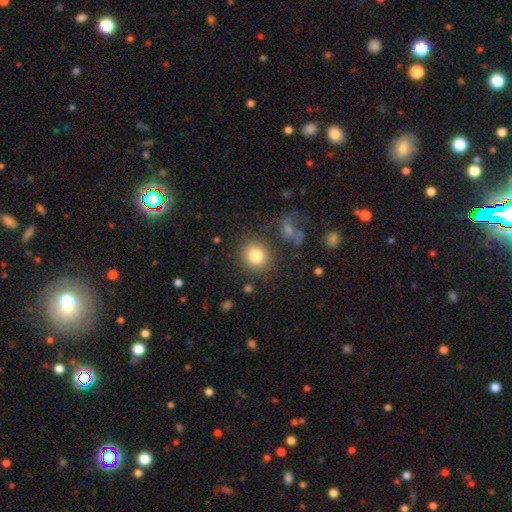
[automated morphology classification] Smooth or featured? Predicted: smooth (p=0.82). How rounded? Predicted: round (p=0.84). Merging? Predicted: none (p=0.84).